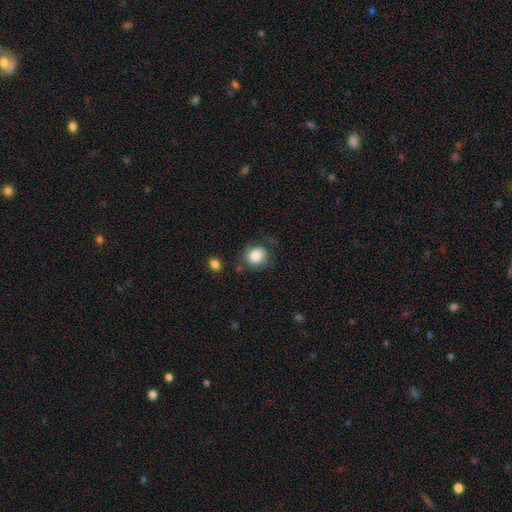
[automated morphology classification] smooth-or-featured: smooth: 85% | star or artifact: 8% | featured or disk: 7%
  how-rounded: round: 71% | in between: 28% | cigar-shaped: 1%
  merging: none: 64% | minor disturbance: 21% | major disturbance: 10% | merger: 4%